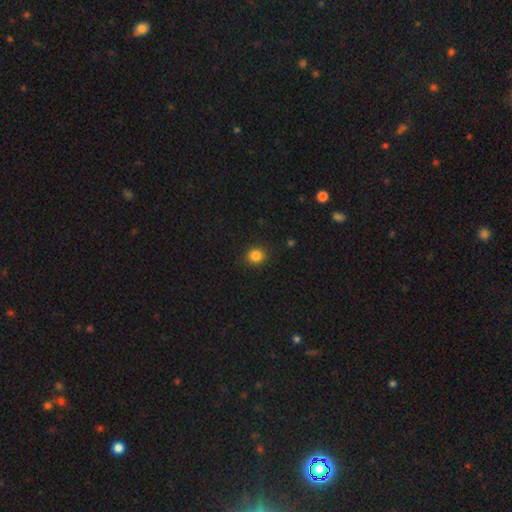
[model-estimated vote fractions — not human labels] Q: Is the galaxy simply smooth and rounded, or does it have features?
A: smooth — 84%.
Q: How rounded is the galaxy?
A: round — 83%.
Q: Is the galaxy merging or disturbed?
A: none — 90%.